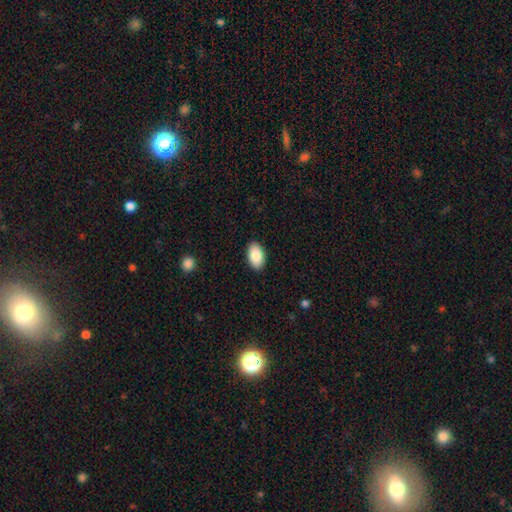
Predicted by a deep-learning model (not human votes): This appears to be a smooth galaxy with no disk features (89%) that is in between round and cigar-shaped (94%). Merging: none (90%).